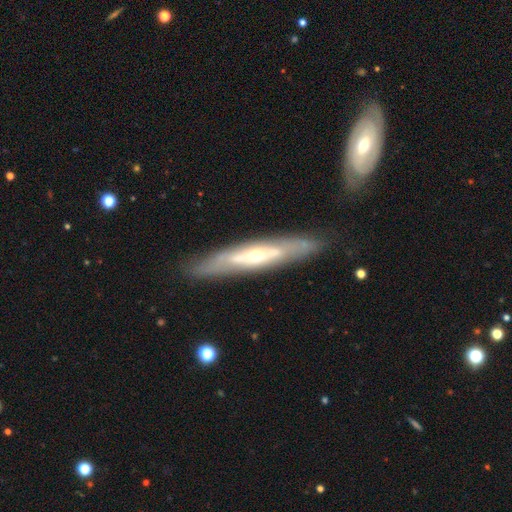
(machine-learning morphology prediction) Smooth or featured? Predicted: featured or disk (p=0.70). Edge-on disk? Predicted: yes (p=0.57). Merging? Predicted: none (p=0.82).